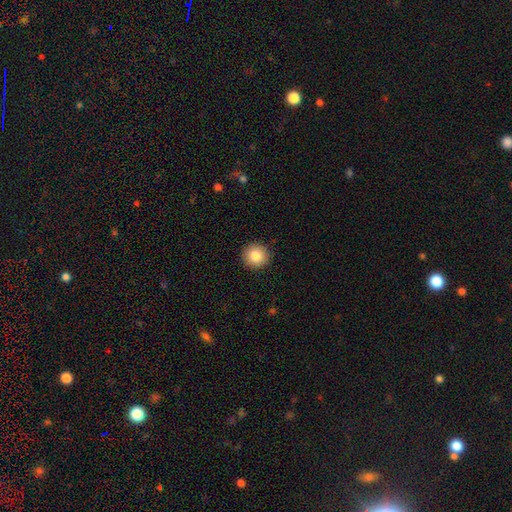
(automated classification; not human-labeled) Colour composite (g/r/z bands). It shows a smooth galaxy with no disk features (84%) that is round (94%). Merging: none (92%).